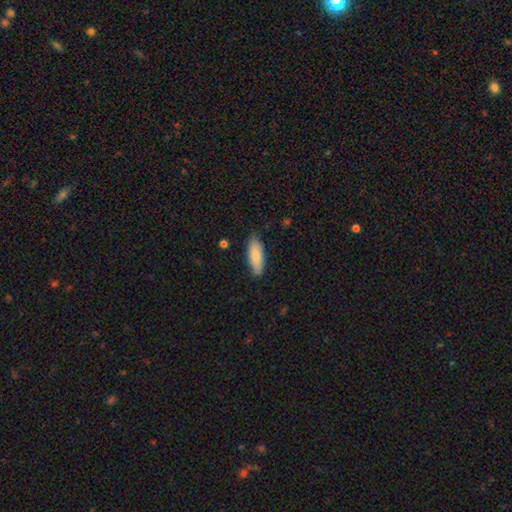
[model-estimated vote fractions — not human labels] This appears to be a smooth galaxy with no disk features (84%) that is in between round and cigar-shaped (64%). Merging: none (82%).